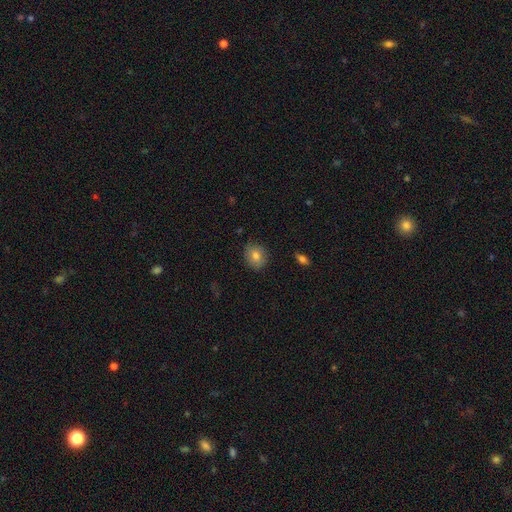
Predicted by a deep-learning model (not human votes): smooth_or_featured: smooth (p=0.80) [alt: featured or disk p=0.11]
how_rounded: round (p=0.66) [alt: in between p=0.32]
merging: none (p=0.83) [alt: minor disturbance p=0.13]